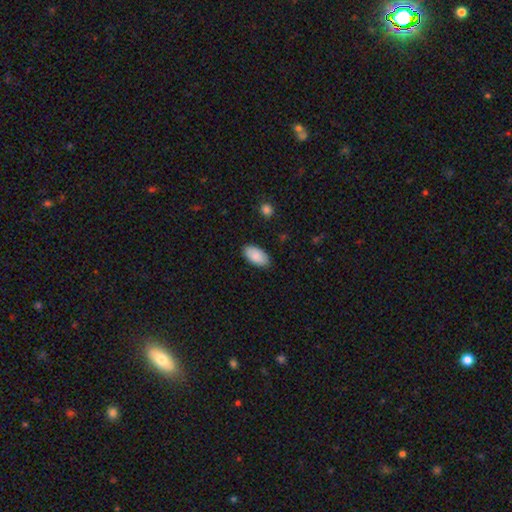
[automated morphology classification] smooth-or-featured: smooth: 87% | featured or disk: 7% | star or artifact: 6%
  how-rounded: in between: 95% | cigar-shaped: 3% | round: 2%
  merging: none: 86% | minor disturbance: 10% | major disturbance: 2% | merger: 1%